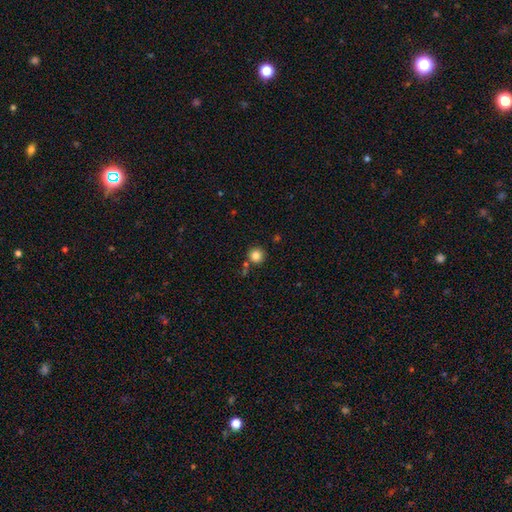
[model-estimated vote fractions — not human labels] smooth 83%, star or artifact 11%, featured or disk 6%. Down the decision tree: how rounded — round (94%); merging — none (81%).